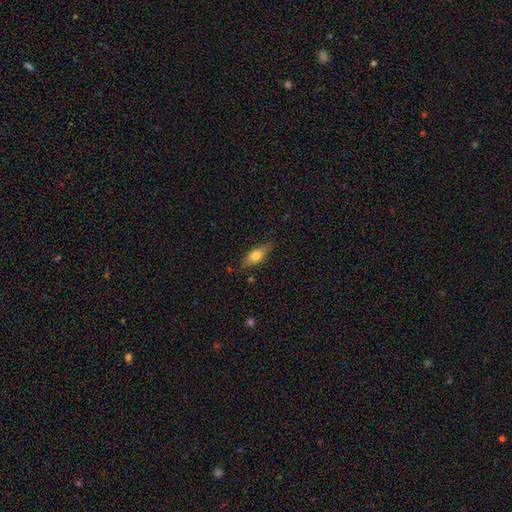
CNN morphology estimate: Smooth or featured? Predicted: smooth (p=0.66). How rounded? Predicted: in between (p=0.72). Merging? Predicted: none (p=0.80).